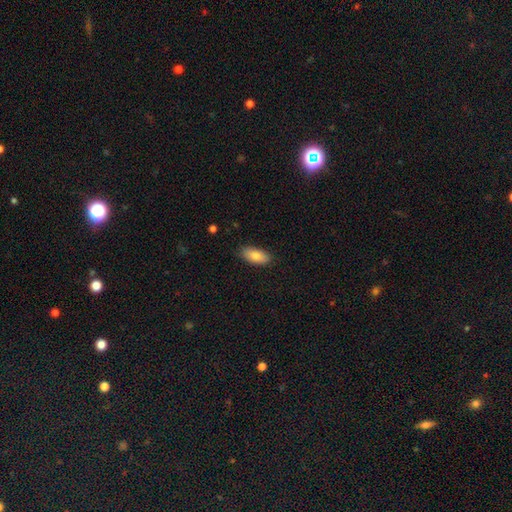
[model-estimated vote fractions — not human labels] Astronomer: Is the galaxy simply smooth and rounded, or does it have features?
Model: smooth — 83%.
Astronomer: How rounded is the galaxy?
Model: in between — 89%.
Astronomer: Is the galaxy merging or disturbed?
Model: none — 85%.